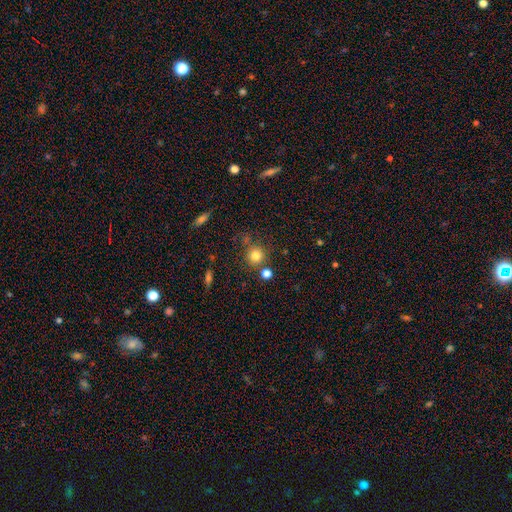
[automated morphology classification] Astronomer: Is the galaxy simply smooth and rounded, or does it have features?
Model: smooth — 80%.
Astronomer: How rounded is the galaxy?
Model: round — 91%.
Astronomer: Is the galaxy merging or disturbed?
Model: none — 75%.